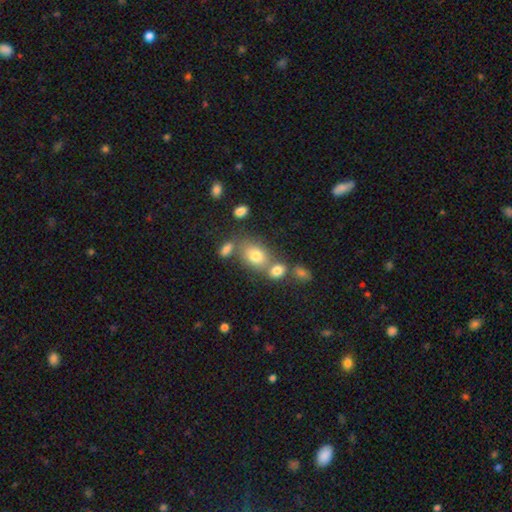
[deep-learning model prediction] Smooth or featured: smooth — 76% (featured or disk — 12%)
How rounded: in between — 68% (round — 31%)
Merging: none — 51% (merger — 31%)